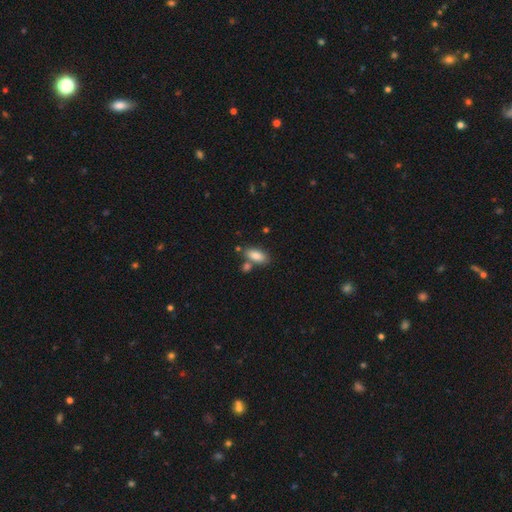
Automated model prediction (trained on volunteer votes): This is clearly a smooth galaxy (84%). How rounded: clearly in between (88%). Merging: likely none (68%).